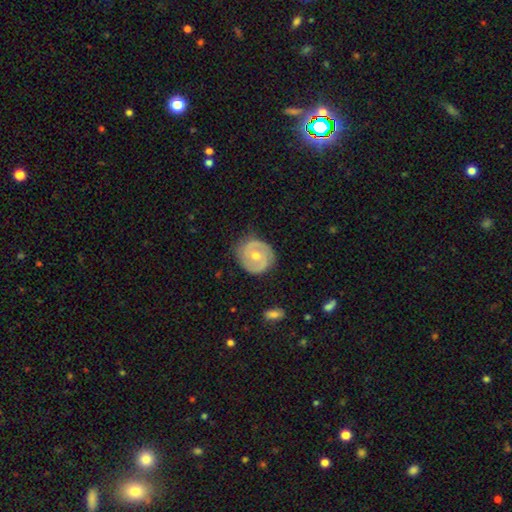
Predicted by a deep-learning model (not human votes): Smooth or featured: featured or disk — 74% (smooth — 21%)
Edge-on disk: no — 97% (yes — 3%)
Bar: no — 62% (weak — 30%)
Spiral arms: yes — 82% (no — 18%)
Spiral winding: tight — 56% (medium — 34%)
Spiral arm count: 2 — 76% (can't tell — 13%)
Bulge size: moderate — 61% (small — 36%)
Merging: none — 80% (minor disturbance — 15%)